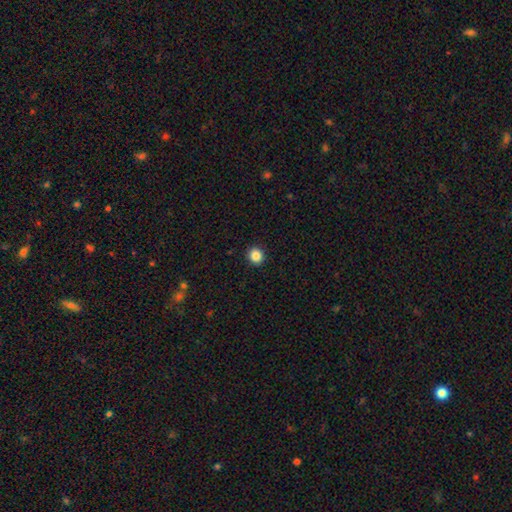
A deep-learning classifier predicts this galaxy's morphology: A smooth galaxy with no disk features (86%) that is round (88%). Merging: none (93%).